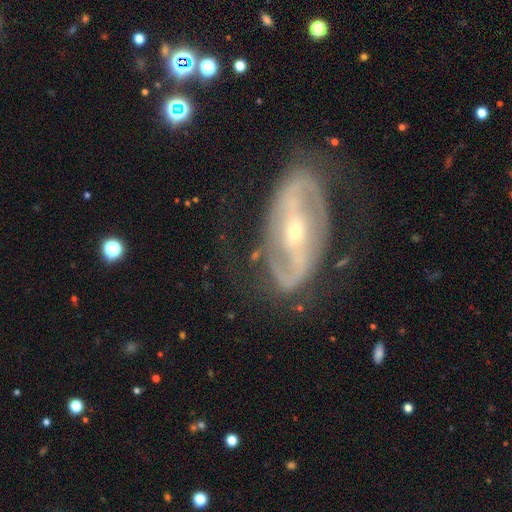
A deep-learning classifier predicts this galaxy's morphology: A featured or disk galaxy (84%) with a strong bar (47%), 2 (88%) medium (45%) spiral arms (84%) and a small central bulge (81%).

Vote fractions:
- Smooth or featured? featured or disk: 84% / smooth: 9% / star or artifact: 7%
- Edge-on disk? no: 95% / yes: 5%
- Bar? strong: 47% / no: 29% / weak: 24%
- Spiral arms? yes: 84% / no: 16%
- Spiral winding? medium: 45% / loose: 30% / tight: 25%
- Spiral arm count? 2: 88% / can't tell: 6% / 1: 2% / 3: 2% / 4: 1% / more than 4: 1%
- Bulge size? small: 81% / moderate: 16% / large: 1% / dominant: 1% / none: 1%
- Merging? none: 68% / minor disturbance: 17% / major disturbance: 12% / merger: 3%